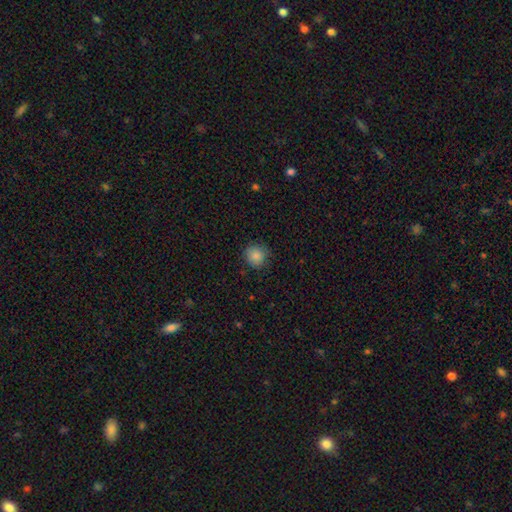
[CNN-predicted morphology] smooth-or-featured: smooth: 87% | star or artifact: 9% | featured or disk: 4%
  how-rounded: round: 92% | in between: 7% | cigar-shaped: 1%
  merging: none: 86% | minor disturbance: 10% | major disturbance: 3% | merger: 1%